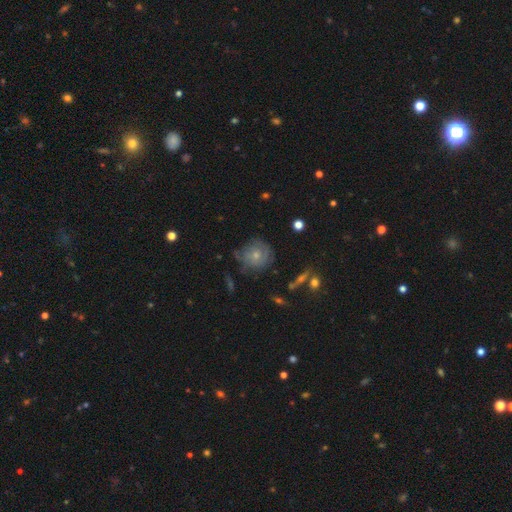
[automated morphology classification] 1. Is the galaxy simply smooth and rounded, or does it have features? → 45% featured or disk (tied), 45% smooth (tied), 10% star or artifact.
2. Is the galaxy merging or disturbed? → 61% none, 25% minor disturbance, 11% major disturbance, 3% merger.